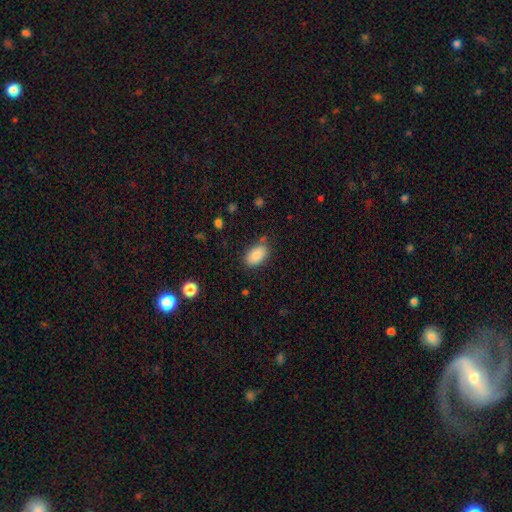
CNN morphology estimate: Smooth or featured? smooth (87%)
How rounded? in between (92%)
Merging? none (79%)